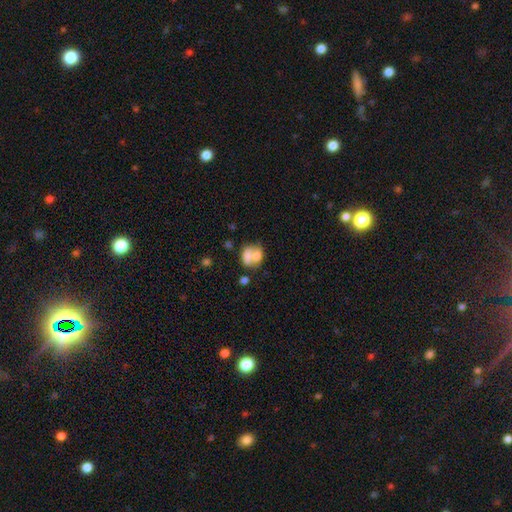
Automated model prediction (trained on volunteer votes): smooth_or_featured: smooth (p=0.68) [alt: featured or disk p=0.23]
how_rounded: in between (p=0.61) [alt: round p=0.38]
merging: merger (p=0.62) [alt: none p=0.22]